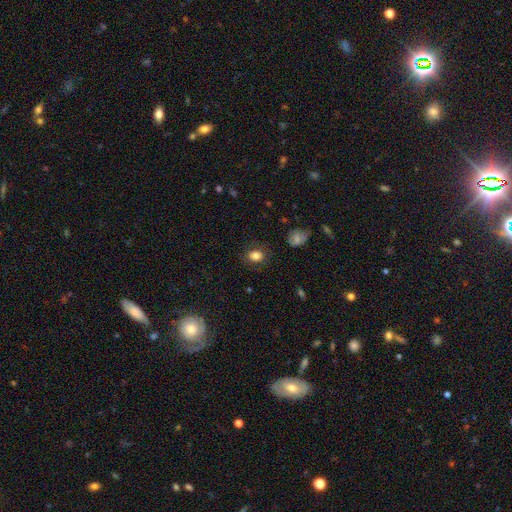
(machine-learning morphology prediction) Smooth or featured: smooth — 81% (star or artifact — 10%)
How rounded: in between — 58% (round — 41%)
Merging: none — 81% (minor disturbance — 13%)